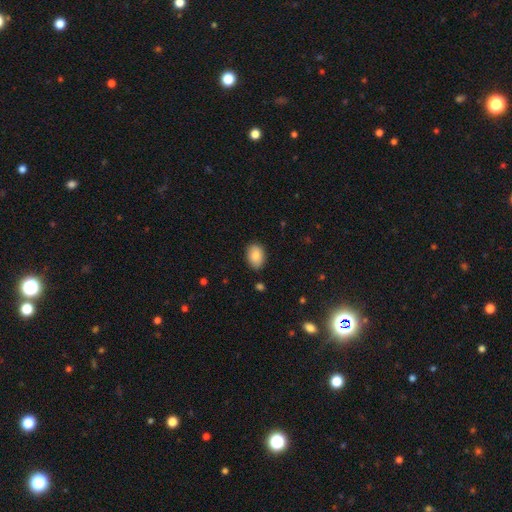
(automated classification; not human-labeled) A smooth galaxy with no disk features (85%) that is in between round and cigar-shaped (84%). Merging: none (85%).